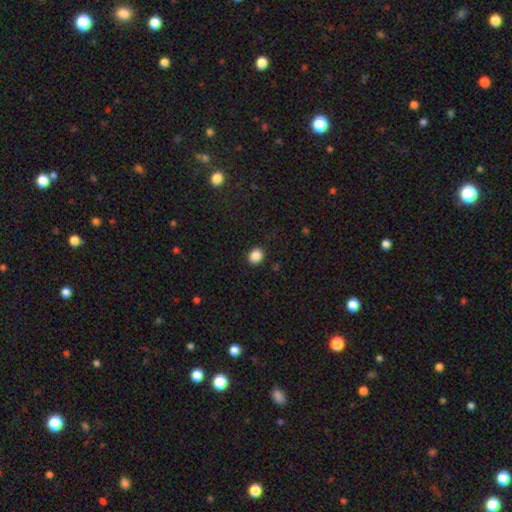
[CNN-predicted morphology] This is clearly a smooth galaxy (87%). How rounded: likely round (73%). Merging: clearly none (90%).